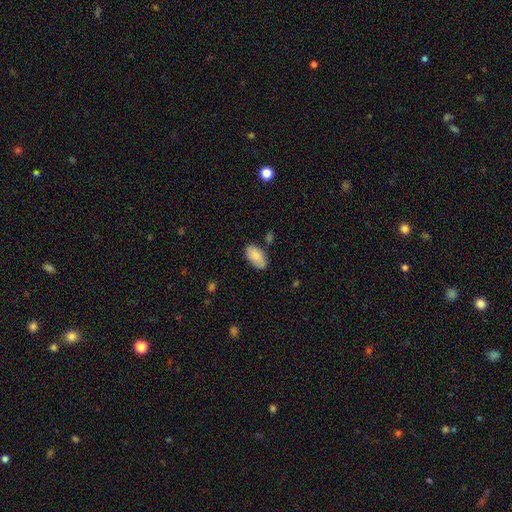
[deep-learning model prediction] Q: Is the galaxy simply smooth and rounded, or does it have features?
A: smooth — 86%.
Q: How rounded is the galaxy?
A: in between — 95%.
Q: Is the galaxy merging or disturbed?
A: none — 78%.